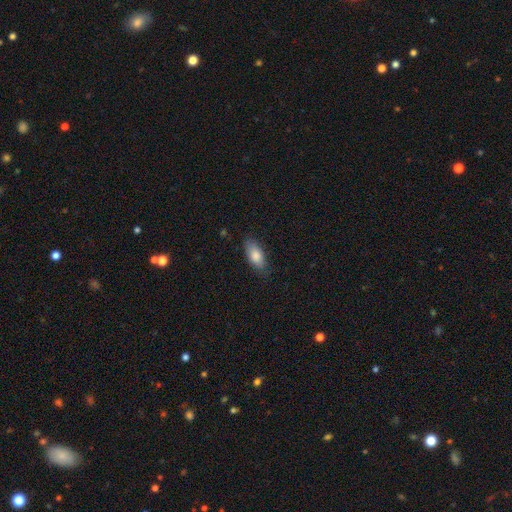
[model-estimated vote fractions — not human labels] This is clearly a smooth galaxy (83%). How rounded: clearly in between (86%). Merging: likely none (79%).